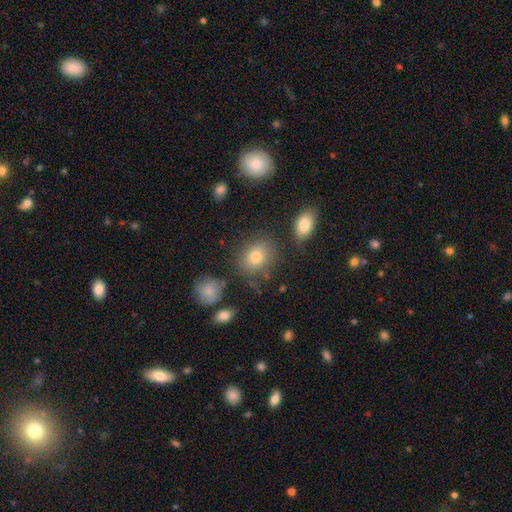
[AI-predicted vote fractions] This is likely a smooth galaxy (77%). How rounded: possibly in between (51%). Merging: likely none (74%).